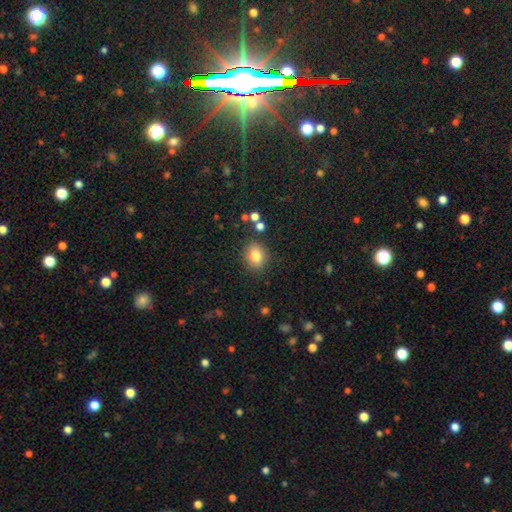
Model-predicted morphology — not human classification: A smooth galaxy with no disk features (80%) that is round (58%).

Vote fractions:
- Smooth or featured? smooth: 80% / star or artifact: 11% / featured or disk: 9%
- How rounded? round: 58% / in between: 41% / cigar-shaped: 1%
- Merging? none: 85% / minor disturbance: 9% / merger: 3% / major disturbance: 3%